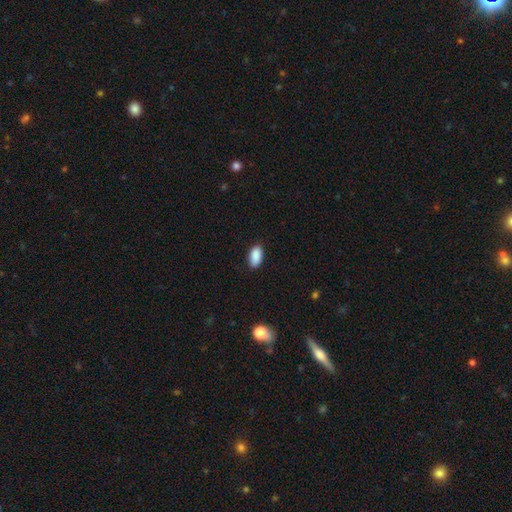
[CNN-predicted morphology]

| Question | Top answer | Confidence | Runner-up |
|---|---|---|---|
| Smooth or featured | smooth | 90% | star or artifact (7%) |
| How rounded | in between | 92% | cigar-shaped (4%) |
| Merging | none | 86% | minor disturbance (11%) |